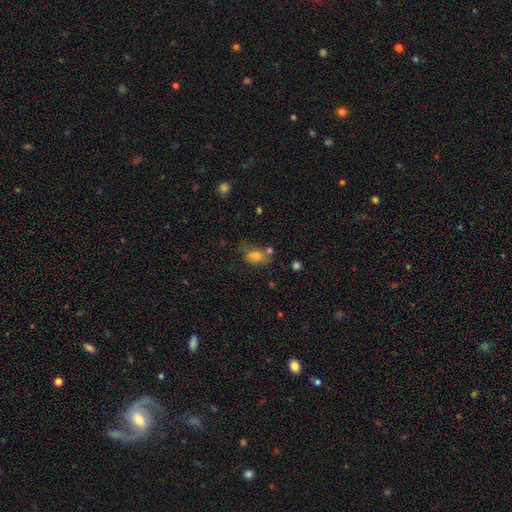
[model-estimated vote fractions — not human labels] Smooth or featured: smooth — 67% (featured or disk — 18%)
How rounded: in between — 72% (round — 25%)
Merging: none — 49% (minor disturbance — 24%)